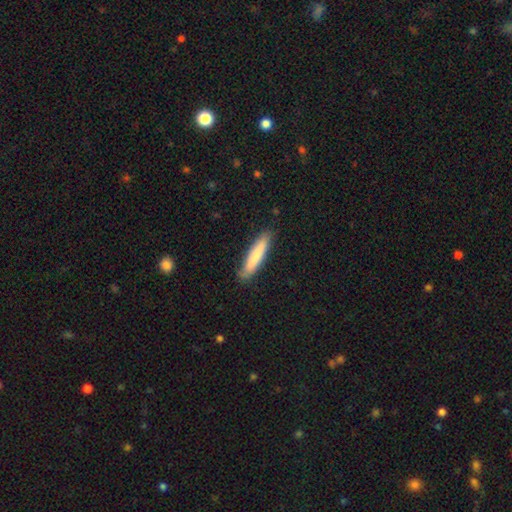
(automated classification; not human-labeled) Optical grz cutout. It shows a smooth galaxy with no disk features (79%) that is cigar-shaped (86%). Merging: none (84%).